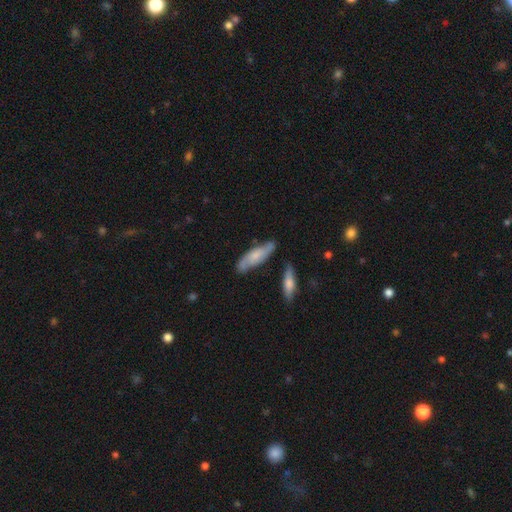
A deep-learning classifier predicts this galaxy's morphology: This is possibly a featured or disk galaxy (49%). Merging: likely none (73%).